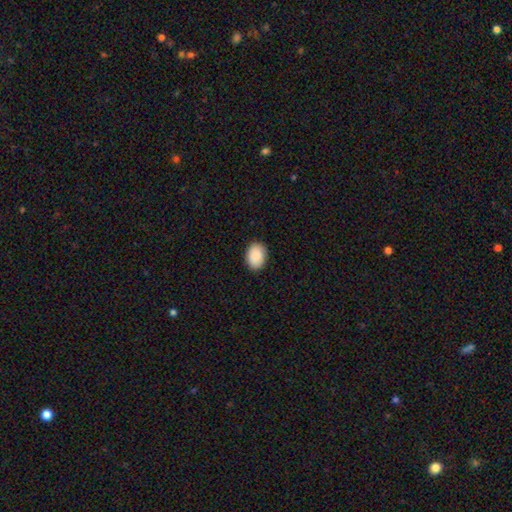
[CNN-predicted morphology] smooth_or_featured: smooth (p=0.90) [alt: star or artifact p=0.06]
how_rounded: in between (p=0.76) [alt: round p=0.23]
merging: none (p=0.89) [alt: minor disturbance p=0.09]